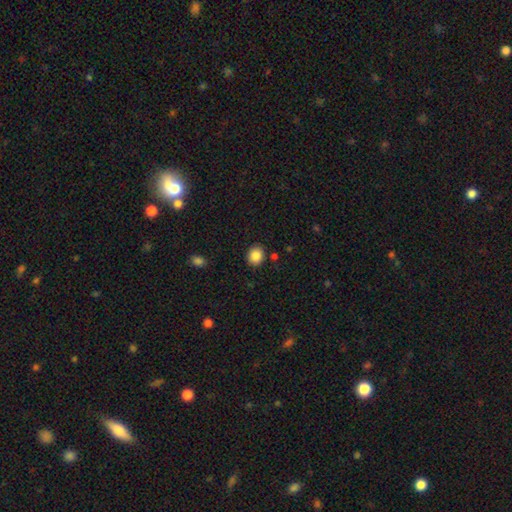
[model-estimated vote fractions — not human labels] A smooth galaxy with no disk features (87%) that is round (69%). Merging: none (88%).